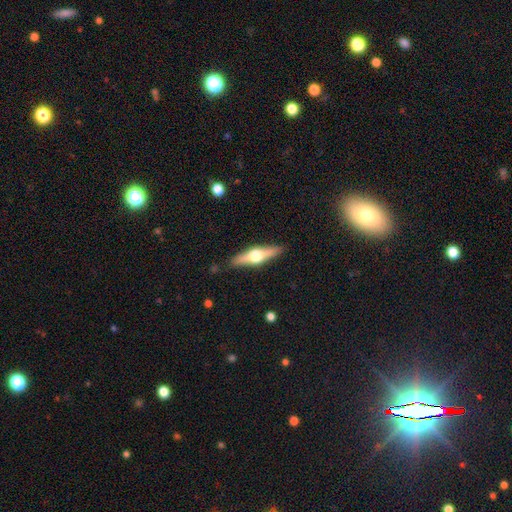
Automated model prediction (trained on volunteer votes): This appears to be a featured or disk galaxy (65%) viewed edge-on (96%) with a rounded central bulge (96%). Merging: none (89%).